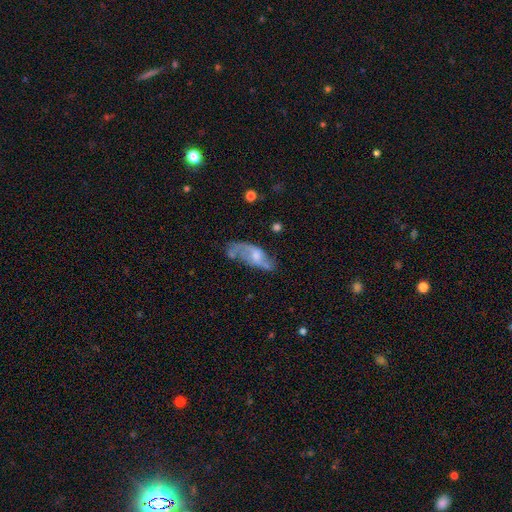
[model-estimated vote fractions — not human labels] The model was most divided on "bulge size": moderate: 43%, small: 36%, none: 13%, large: 6%, dominant: 1%. Remaining: edge-on disk — no (87%); spiral arms — yes (76%); smooth or featured — featured or disk (63%); bar — no (53%); merging — none (44%).